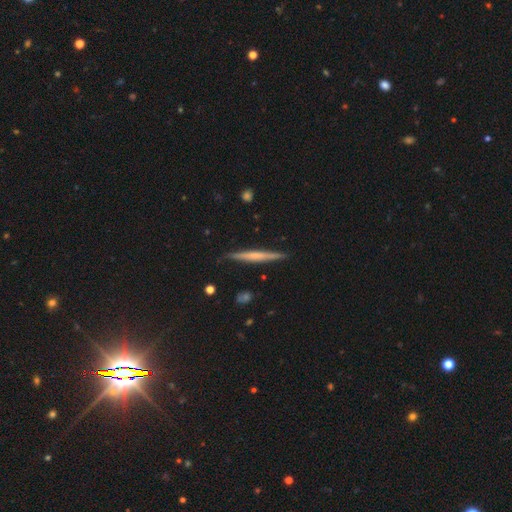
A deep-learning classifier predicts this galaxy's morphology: Smooth or featured: featured or disk — 54% (smooth — 40%)
Edge-on disk: yes — 97% (no — 3%)
Edge-on bulge: none — 62% (rounded — 25%)
Merging: none — 89% (minor disturbance — 8%)